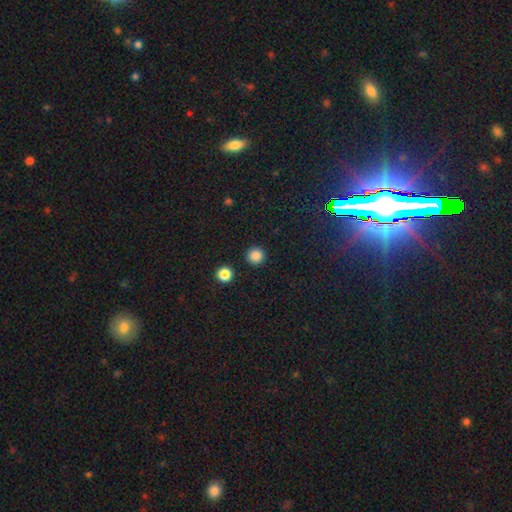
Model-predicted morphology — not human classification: Smooth or featured? smooth (85%)
How rounded? round (96%)
Merging? none (92%)